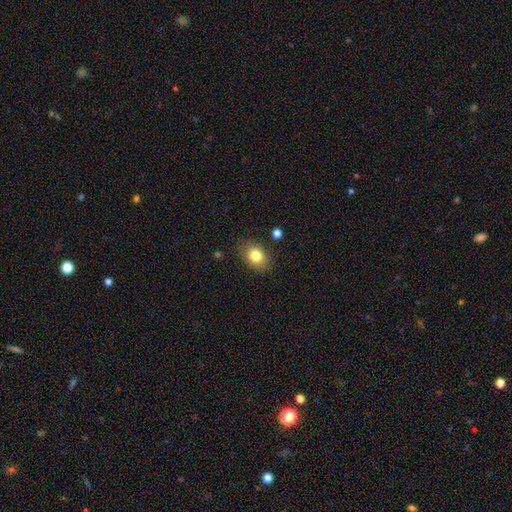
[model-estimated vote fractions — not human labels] The model was most divided on "how rounded": in between: 66%, round: 33%, cigar-shaped: 1%. More confident: merging — none (83%); smooth or featured — smooth (82%).